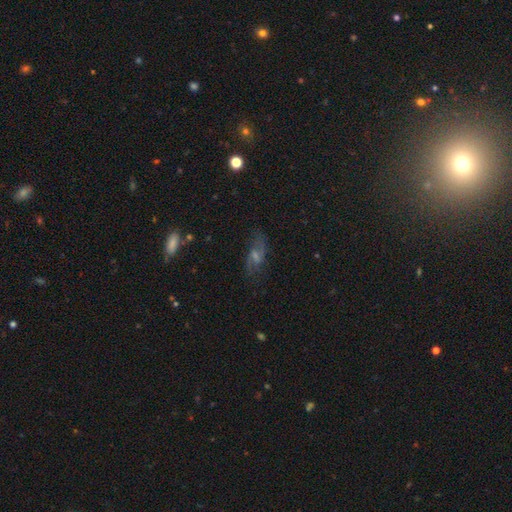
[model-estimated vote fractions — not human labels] The model was most divided on "bar": weak: 45%, no: 44%, strong: 12%. Remaining: edge-on disk — no (89%); spiral arms — yes (84%); merging — none (71%); smooth or featured — featured or disk (58%); bulge size — small (42%).